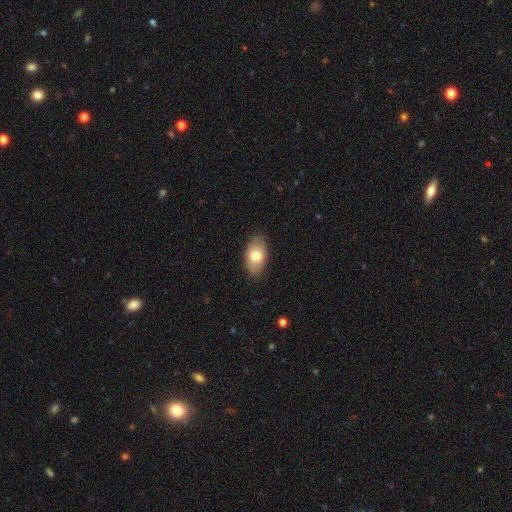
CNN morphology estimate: The model was most divided on "smooth or featured": smooth: 77%, featured or disk: 16%, star or artifact: 7%. More confident: how rounded — in between (92%); merging — none (84%).